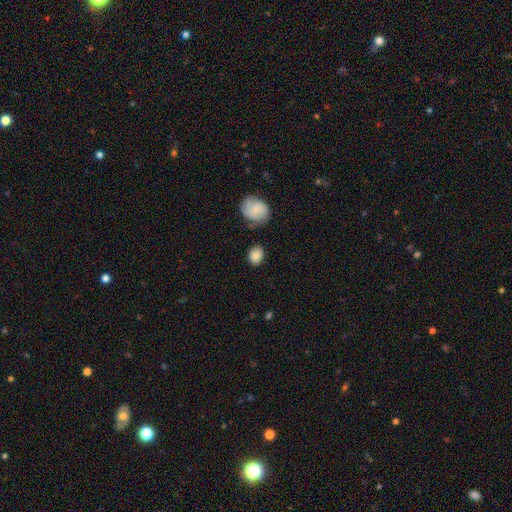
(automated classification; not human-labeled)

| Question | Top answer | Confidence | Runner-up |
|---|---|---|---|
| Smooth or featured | smooth | 82% | featured or disk (10%) |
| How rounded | in between | 55% | round (44%) |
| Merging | none | 74% | minor disturbance (16%) |